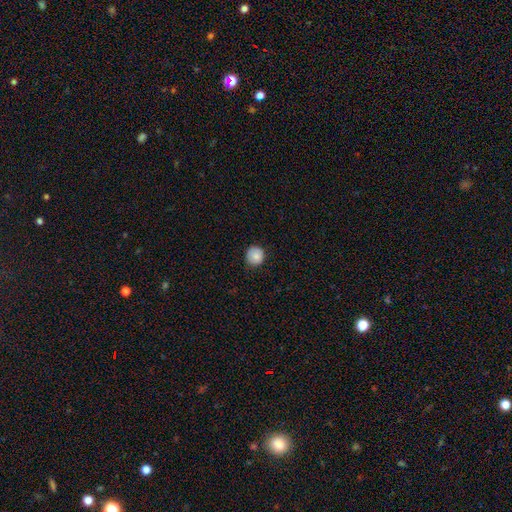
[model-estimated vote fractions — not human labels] smooth-or-featured: smooth: 84% | star or artifact: 9% | featured or disk: 7%
  how-rounded: round: 90% | in between: 9% | cigar-shaped: 1%
  merging: none: 82% | minor disturbance: 15% | major disturbance: 2% | merger: 1%